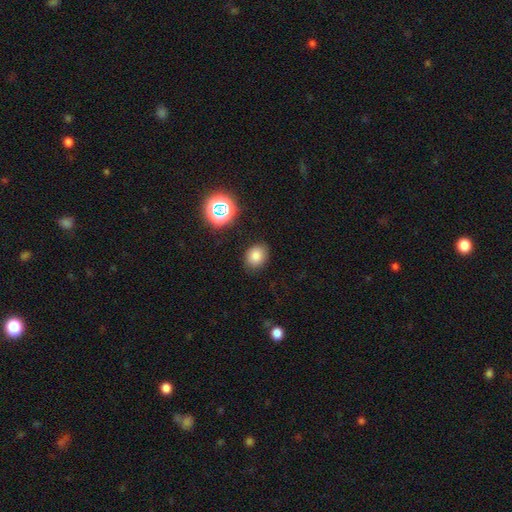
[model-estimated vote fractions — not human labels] Overall: smooth (80%). How rounded: in between (50%; round 49%). Merging: none (85%).